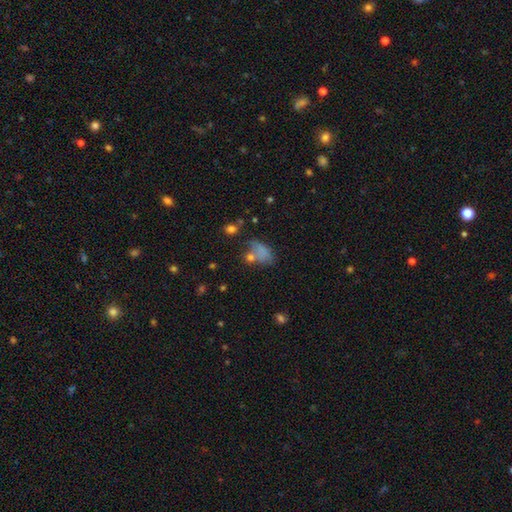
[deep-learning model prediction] Smooth or featured? Predicted: smooth (p=0.63). How rounded? Predicted: in between (p=0.76). Merging? Predicted: none (p=0.40).